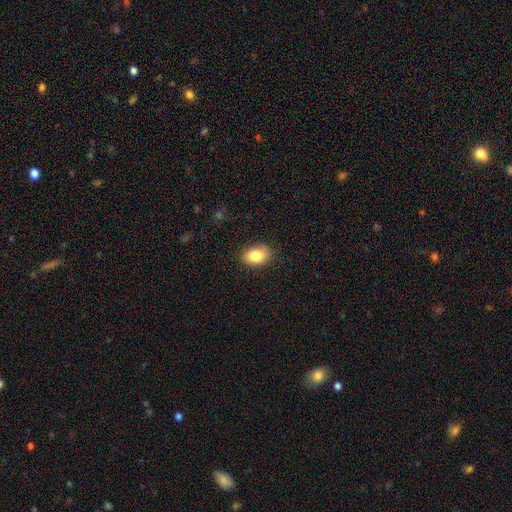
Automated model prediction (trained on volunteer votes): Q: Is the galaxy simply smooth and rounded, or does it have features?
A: smooth — 85%.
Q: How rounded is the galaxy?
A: in between — 83%.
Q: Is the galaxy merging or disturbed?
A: none — 83%.